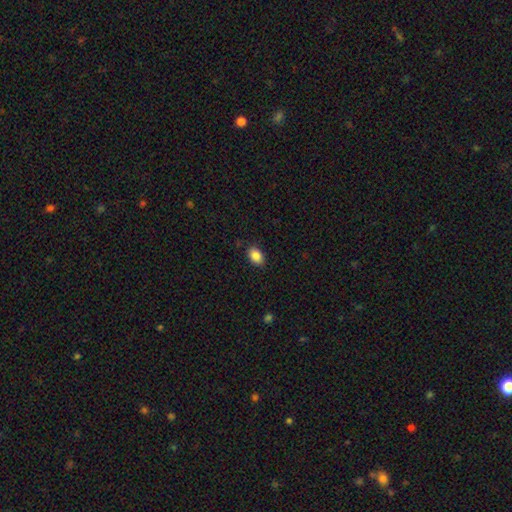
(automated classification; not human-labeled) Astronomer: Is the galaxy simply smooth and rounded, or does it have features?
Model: smooth — 86%.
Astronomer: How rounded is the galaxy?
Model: in between — 83%.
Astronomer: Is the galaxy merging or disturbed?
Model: none — 87%.